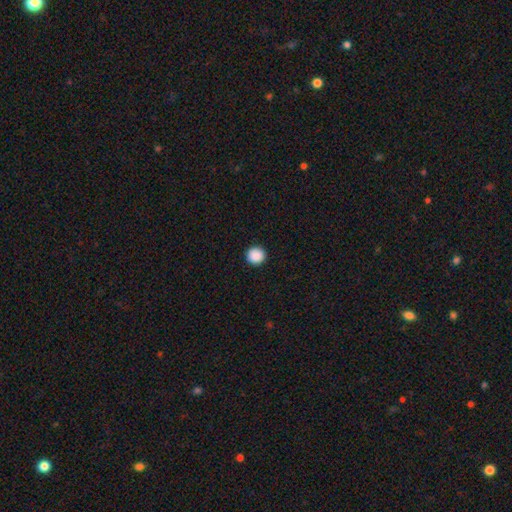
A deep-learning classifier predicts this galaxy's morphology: Smooth or featured? smooth (89%)
How rounded? round (95%)
Merging? none (93%)